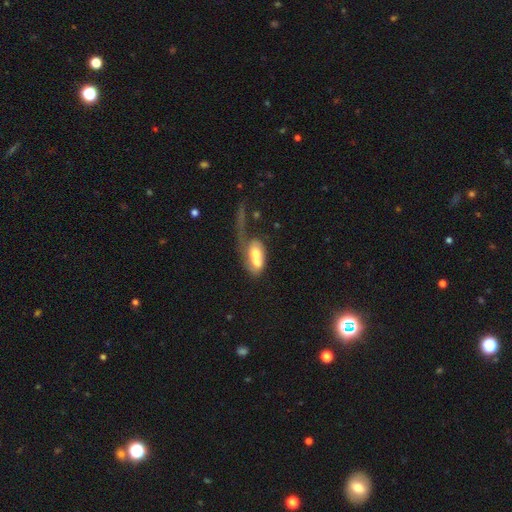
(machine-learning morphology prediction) smooth-or-featured: smooth: 52% | featured or disk: 40% | star or artifact: 8%
  how-rounded: in between: 77% | round: 17% | cigar-shaped: 6%
  merging: merger: 62% | major disturbance: 20% | none: 11% | minor disturbance: 7%